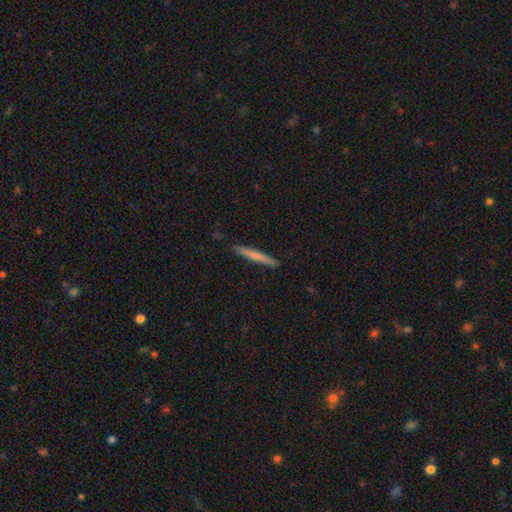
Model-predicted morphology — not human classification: smooth_or_featured: smooth (p=0.67) [alt: featured or disk p=0.28]
how_rounded: cigar-shaped (p=0.96) [alt: in between p=0.03]
merging: none (p=0.90) [alt: minor disturbance p=0.07]